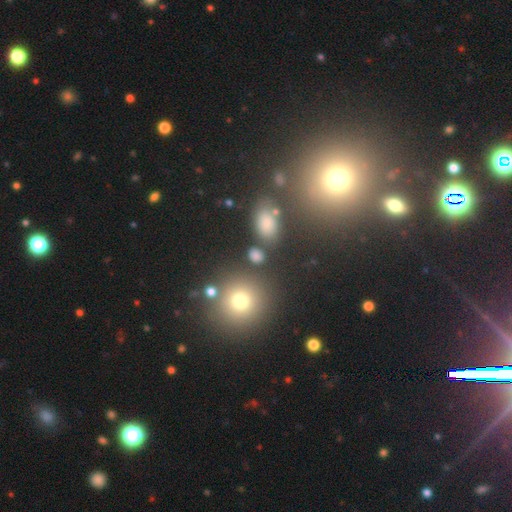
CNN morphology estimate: A smooth galaxy with no disk features (70%) that is round (53%). Merging: none (73%).